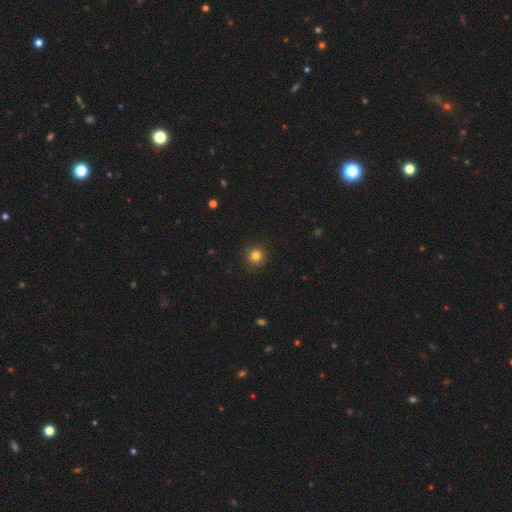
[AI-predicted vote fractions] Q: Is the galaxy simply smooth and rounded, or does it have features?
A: smooth — 82%.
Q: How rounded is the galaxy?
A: round — 94%.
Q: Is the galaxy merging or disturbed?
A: none — 91%.